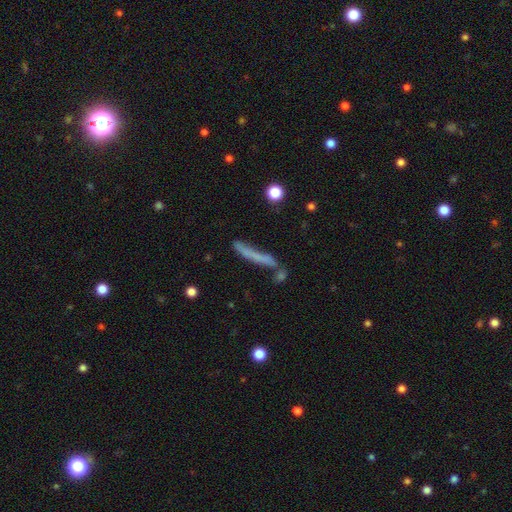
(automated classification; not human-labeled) Overall: smooth (57%; featured or disk 33%). How rounded: cigar-shaped (93%). Merging: none (59%; minor disturbance 20%).